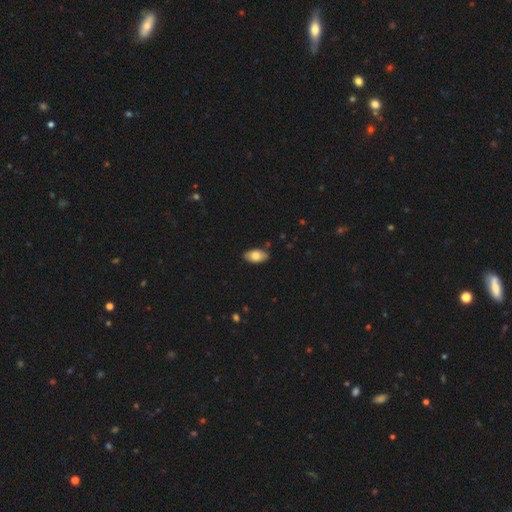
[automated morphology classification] Smooth or featured: smooth — 79% (featured or disk — 15%)
How rounded: in between — 94% (round — 3%)
Merging: none — 84% (minor disturbance — 12%)